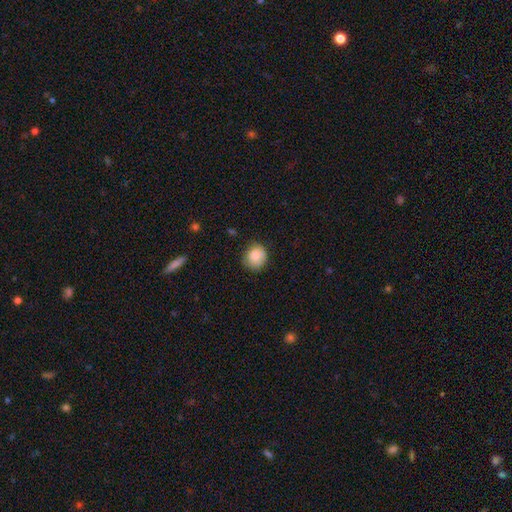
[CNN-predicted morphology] smooth 86%, star or artifact 8%, featured or disk 6%. Down the decision tree: how rounded — round (84%); merging — none (77%).